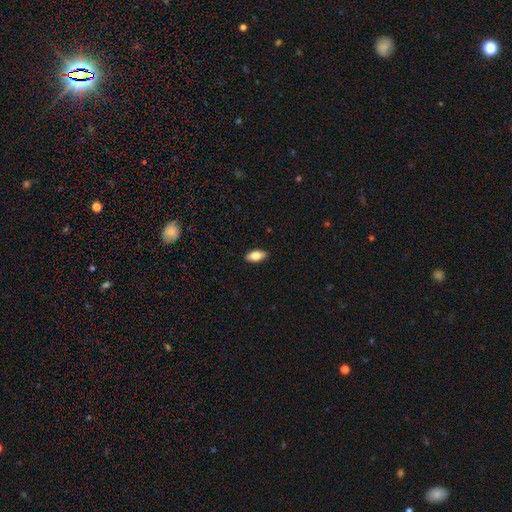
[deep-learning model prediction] The model was most divided on "smooth or featured": smooth: 81%, featured or disk: 12%, star or artifact: 7%. More confident: how rounded — in between (90%); merging — none (89%).